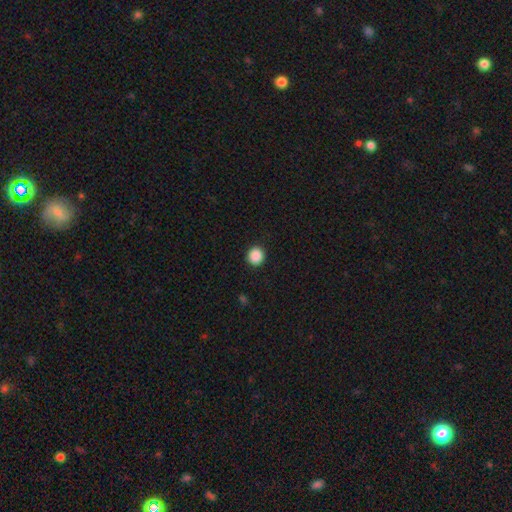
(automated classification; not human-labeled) Morphology: type=smooth (89%); roundness=round (92%); merging=none (92%).